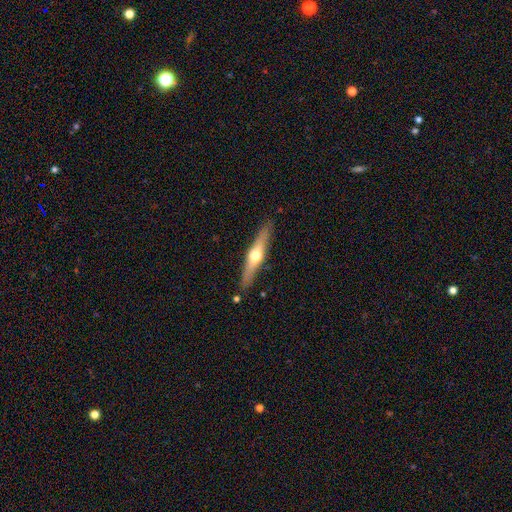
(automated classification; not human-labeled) Smooth or featured? featured or disk (64%)
Edge-on disk? yes (95%)
Edge-on bulge? rounded (94%)
Merging? none (88%)